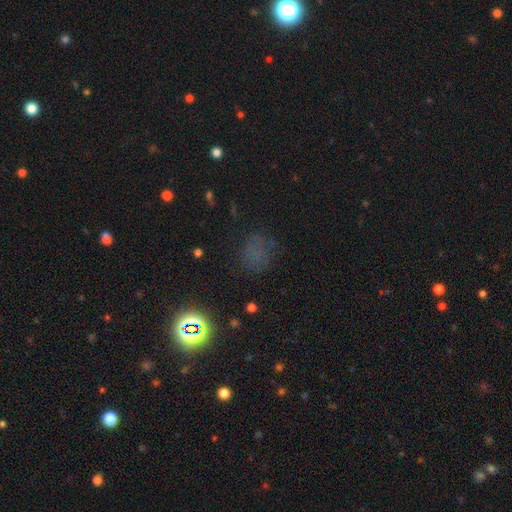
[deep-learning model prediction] smooth 50%, star or artifact 40%, featured or disk 11%. Down the decision tree: merging — none (72%).